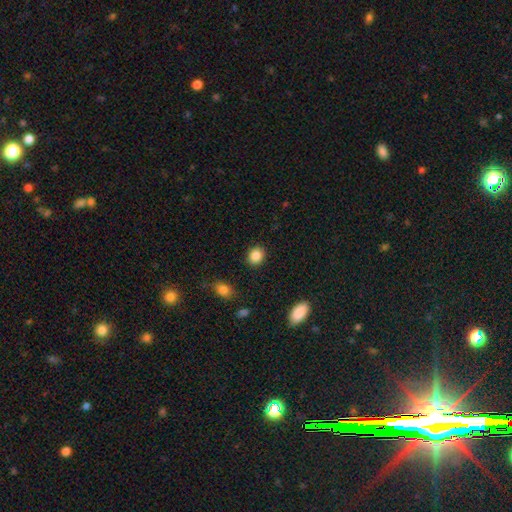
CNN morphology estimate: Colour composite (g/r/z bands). It shows a smooth galaxy with no disk features (87%) that is round (72%). Merging: none (90%).